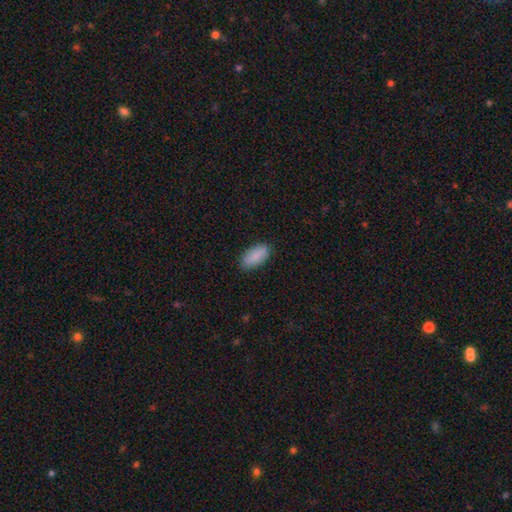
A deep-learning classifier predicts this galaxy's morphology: smooth-or-featured: smooth: 88% | star or artifact: 6% | featured or disk: 5%
  how-rounded: in between: 88% | cigar-shaped: 10% | round: 2%
  merging: none: 86% | minor disturbance: 11% | major disturbance: 2% | merger: 1%